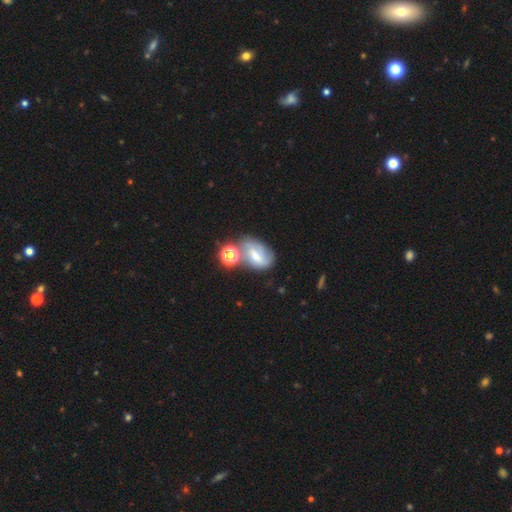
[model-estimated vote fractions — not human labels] Smooth or featured: featured or disk — 48% (smooth — 37%)
Merging: none — 42% (merger — 31%)